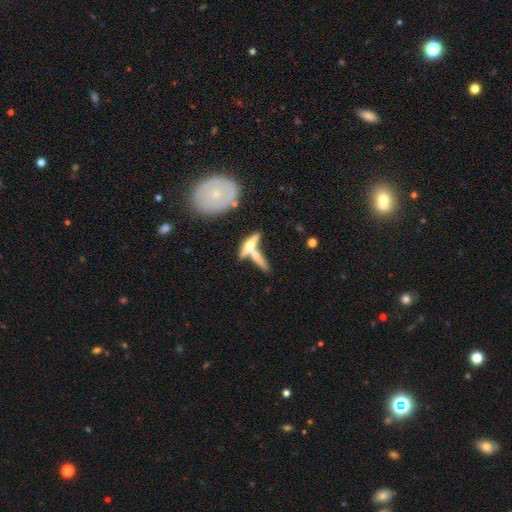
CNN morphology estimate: A featured or disk galaxy (47%). Merging: merger (45%).